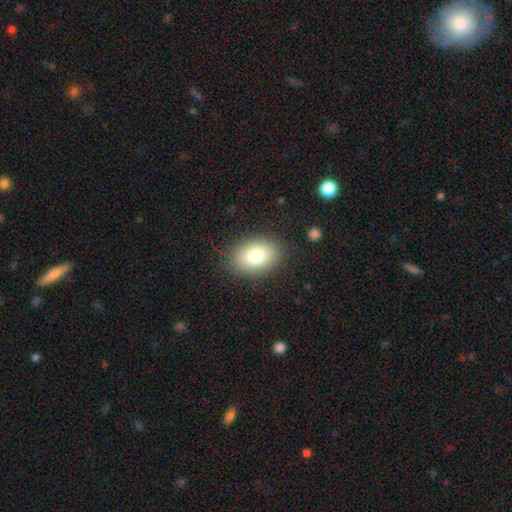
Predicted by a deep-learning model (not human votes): smooth_or_featured: smooth (p=0.80) [alt: featured or disk p=0.11]
how_rounded: in between (p=0.77) [alt: round p=0.22]
merging: none (p=0.86) [alt: minor disturbance p=0.10]